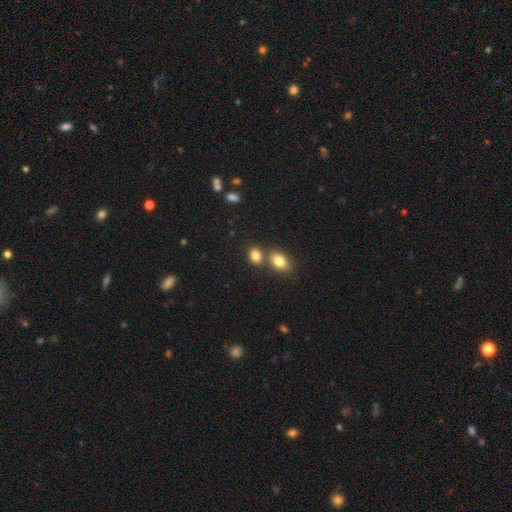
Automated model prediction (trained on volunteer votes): smooth 83%, star or artifact 10%, featured or disk 7%. Down the decision tree: how rounded — in between (63%); merging — none (52%).